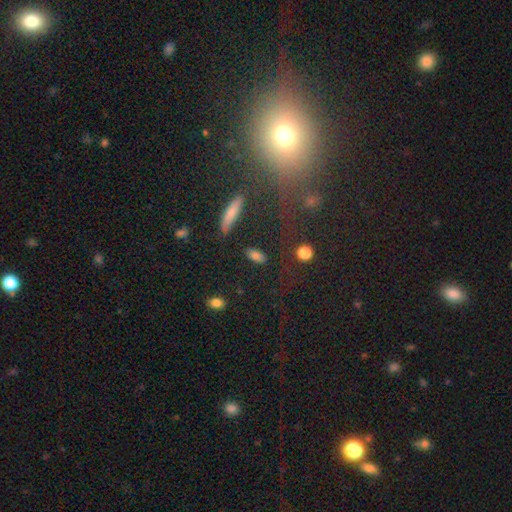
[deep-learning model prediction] smooth-or-featured: smooth: 79% | star or artifact: 11% | featured or disk: 10%
  how-rounded: in between: 77% | cigar-shaped: 17% | round: 7%
  merging: none: 81% | minor disturbance: 12% | major disturbance: 4% | merger: 3%